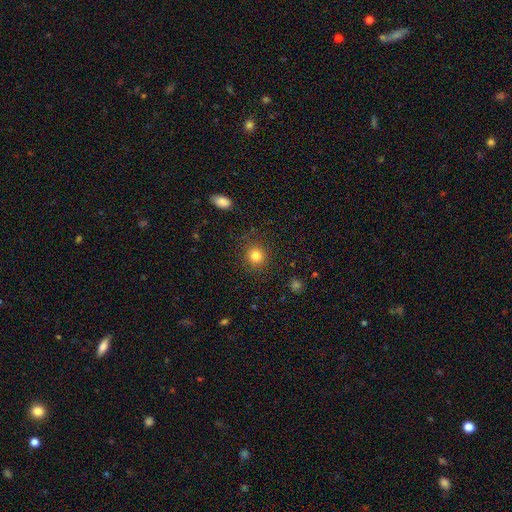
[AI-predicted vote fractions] The model was most divided on "smooth or featured": smooth: 82%, star or artifact: 12%, featured or disk: 6%. More confident: how rounded — round (89%); merging — none (88%).